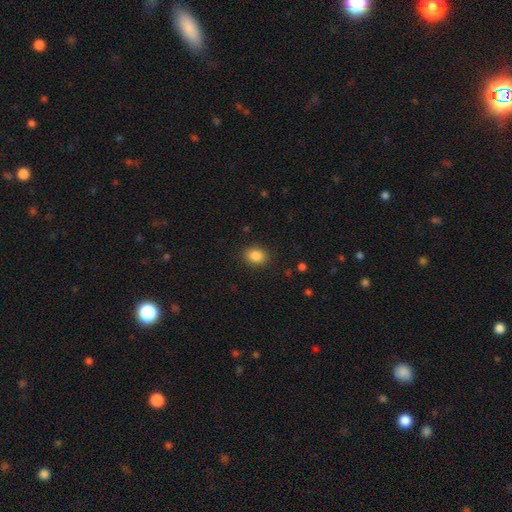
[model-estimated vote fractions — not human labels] Smooth or featured: smooth — 86% (star or artifact — 10%)
How rounded: in between — 60% (round — 39%)
Merging: none — 88% (minor disturbance — 8%)